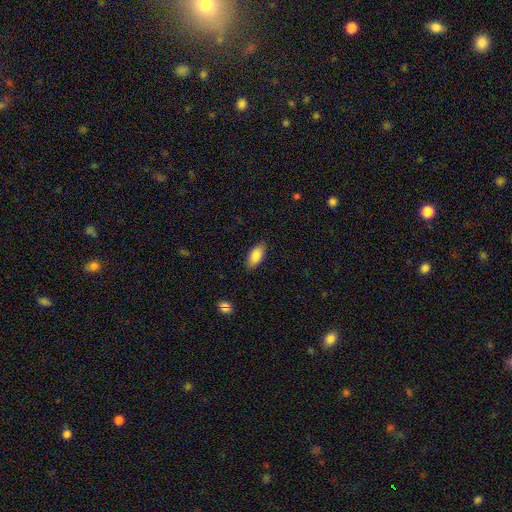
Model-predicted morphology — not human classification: smooth 87%, featured or disk 7%, star or artifact 6%. Down the decision tree: how rounded — in between (91%); merging — none (84%).